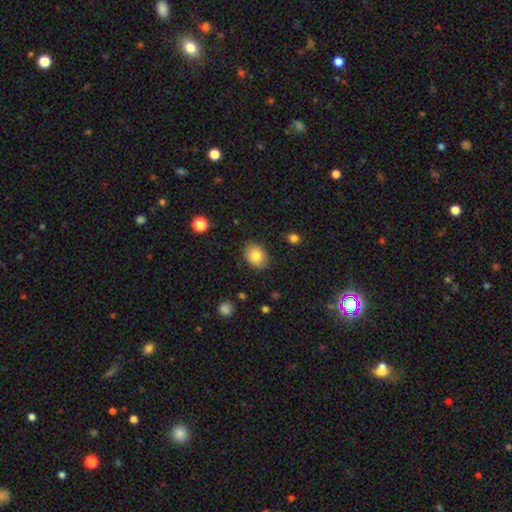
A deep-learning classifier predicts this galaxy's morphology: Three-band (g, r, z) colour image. It shows a smooth galaxy with no disk features (83%) that is in between round and cigar-shaped (58%). Merging: none (84%).